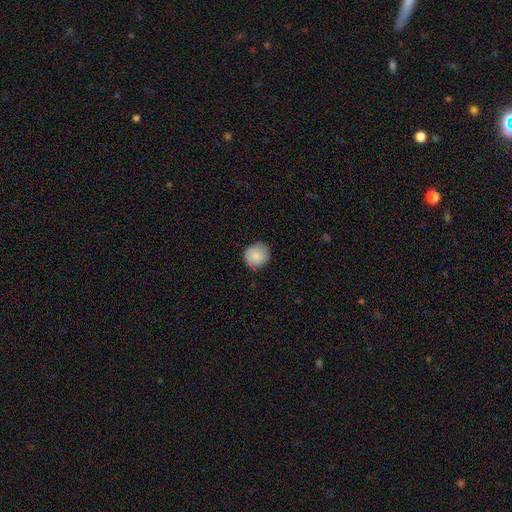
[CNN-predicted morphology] This appears to be a smooth galaxy with no disk features (87%) that is round (87%). Merging: none (86%).